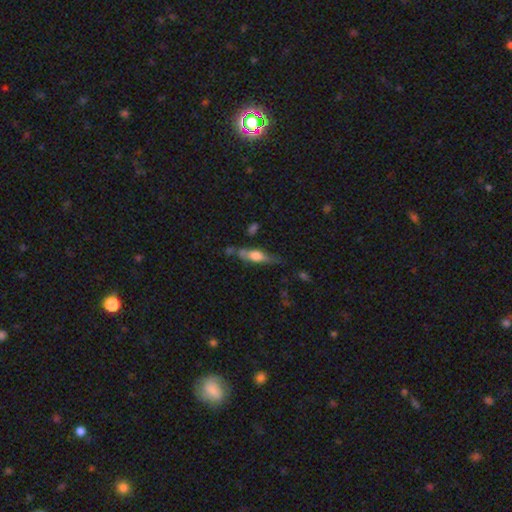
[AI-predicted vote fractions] Smooth or featured?
  - featured or disk: 49% *
  - smooth: 44%
  - star or artifact: 7%
Merging?
  - none: 57% *
  - minor disturbance: 25%
  - merger: 10%
  - major disturbance: 9%